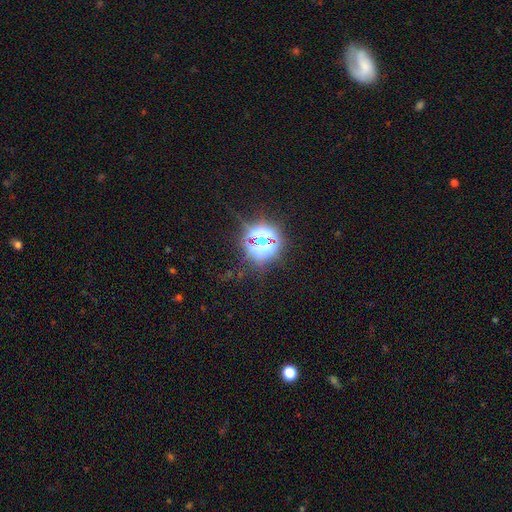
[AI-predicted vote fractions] This appears to be a star or artifact, not a galaxy (76%).